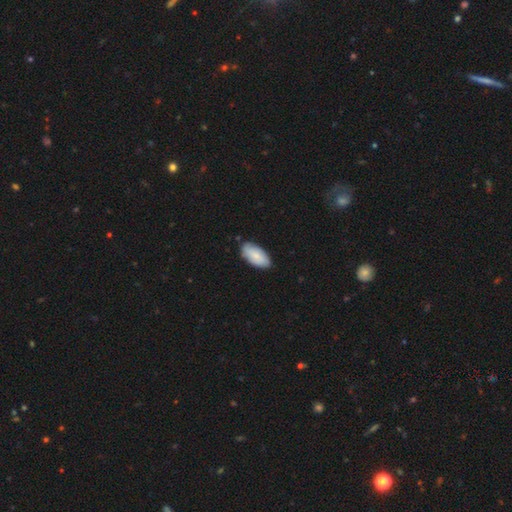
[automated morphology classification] This appears to be a smooth galaxy with no disk features (82%) that is in between round and cigar-shaped (94%). Merging: none (81%).